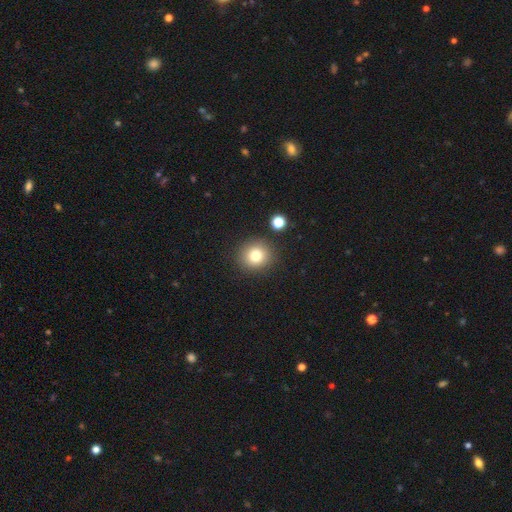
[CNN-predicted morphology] smooth_or_featured: smooth (p=0.78) [alt: star or artifact p=0.13]
how_rounded: round (p=0.89) [alt: in between p=0.10]
merging: none (p=0.87) [alt: minor disturbance p=0.07]